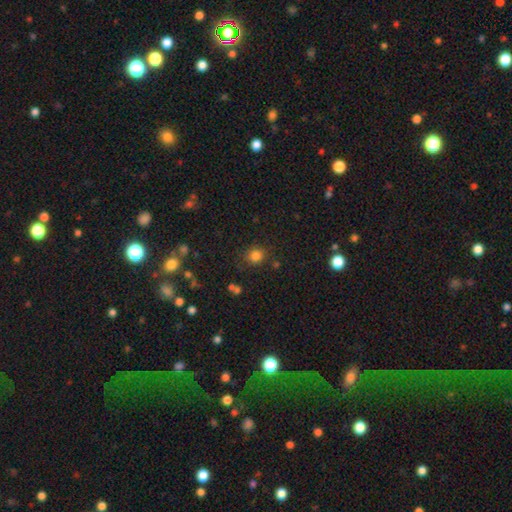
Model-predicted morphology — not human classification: Overall: smooth (80%). How rounded: round (83%). Merging: none (80%).